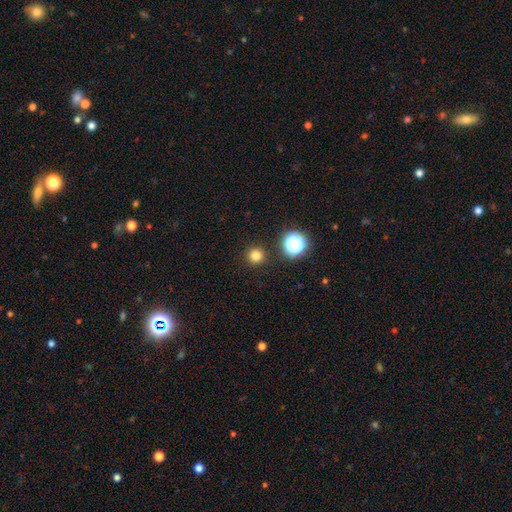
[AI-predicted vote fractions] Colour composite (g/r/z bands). It shows a smooth galaxy with no disk features (79%) that is round (96%). Merging: none (92%).